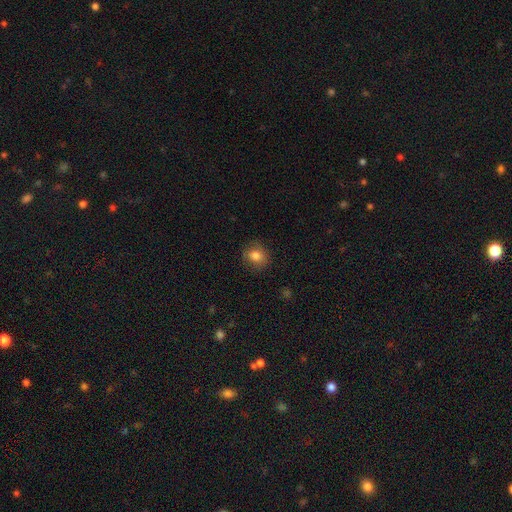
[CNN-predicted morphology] A smooth galaxy with no disk features (80%) that is round (77%).

Vote fractions:
- Smooth or featured? smooth: 80% / featured or disk: 10% / star or artifact: 10%
- How rounded? round: 77% / in between: 22% / cigar-shaped: 1%
- Merging? none: 81% / minor disturbance: 14% / major disturbance: 4% / merger: 1%